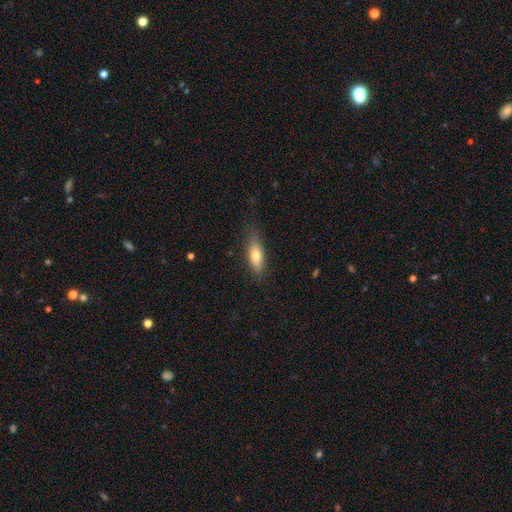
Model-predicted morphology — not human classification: Overall: smooth (70%). How rounded: in between (58%; cigar-shaped 39%). Merging: none (74%).